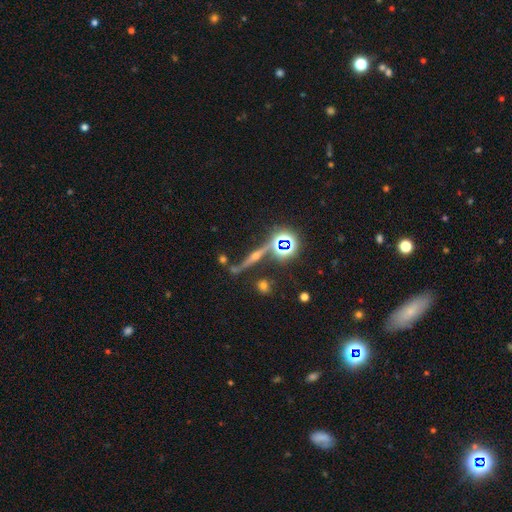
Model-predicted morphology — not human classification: A featured or disk galaxy (66%) viewed edge-on (93%) with a rounded central bulge (94%). Merging: none (80%).